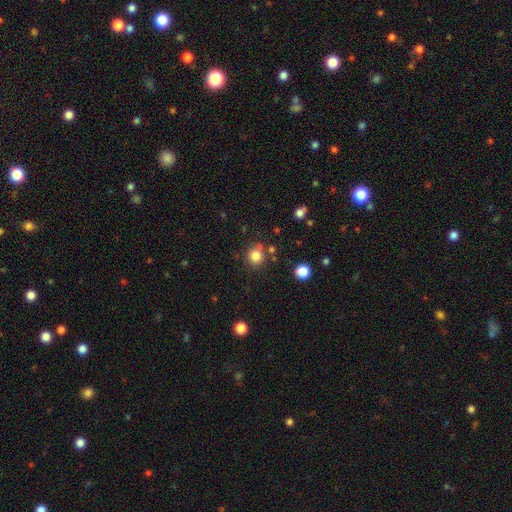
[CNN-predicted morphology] A smooth galaxy with no disk features (82%) that is round (86%).

Vote fractions:
- Smooth or featured? smooth: 82% / star or artifact: 12% / featured or disk: 6%
- How rounded? round: 86% / in between: 14% / cigar-shaped: 1%
- Merging? none: 76% / minor disturbance: 12% / merger: 8% / major disturbance: 4%